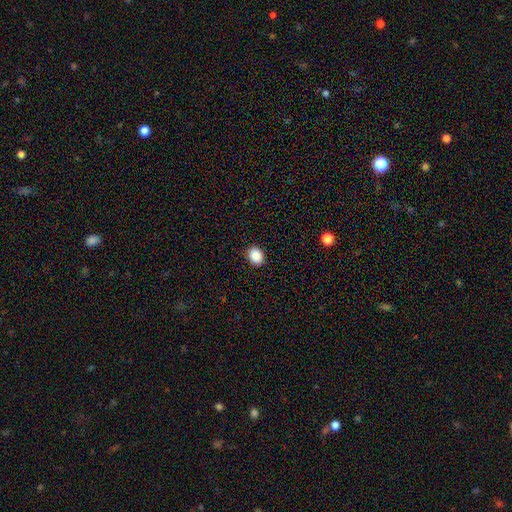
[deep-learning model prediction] A smooth galaxy with no disk features (89%) that is in between round and cigar-shaped (52%). Merging: none (89%).